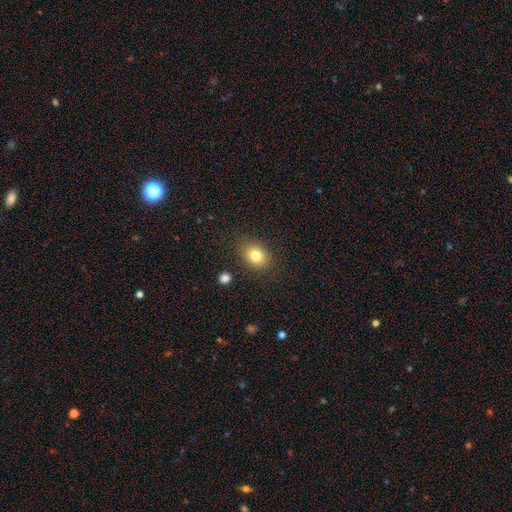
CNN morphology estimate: Smooth or featured? Predicted: smooth (p=0.80). How rounded? Predicted: in between (p=0.61). Merging? Predicted: none (p=0.84).